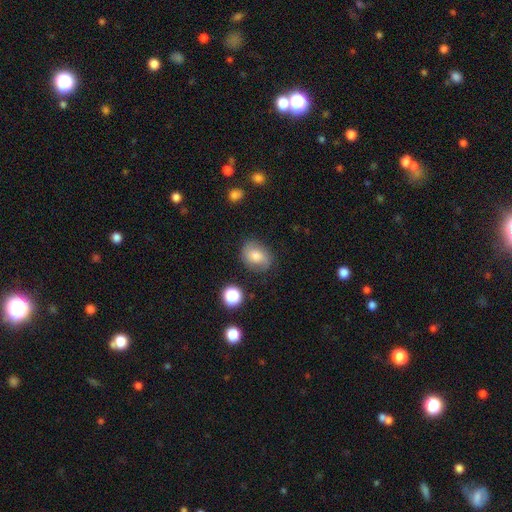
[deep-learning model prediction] Morphology: type=smooth (67%); roundness=in between (59%); merging=none (73%).